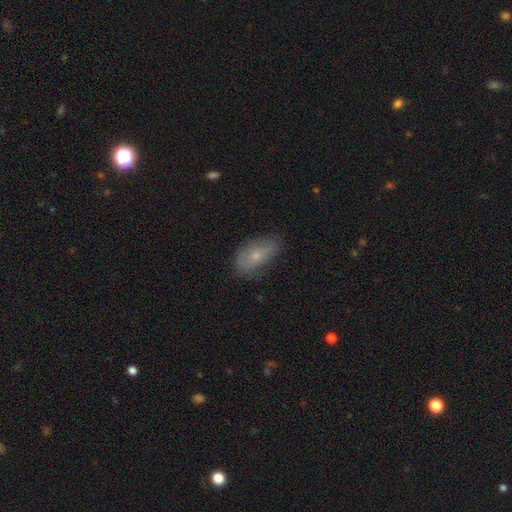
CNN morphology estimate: Smooth or featured: smooth — 64% (featured or disk — 28%)
How rounded: in between — 88% (cigar-shaped — 6%)
Merging: none — 66% (minor disturbance — 26%)